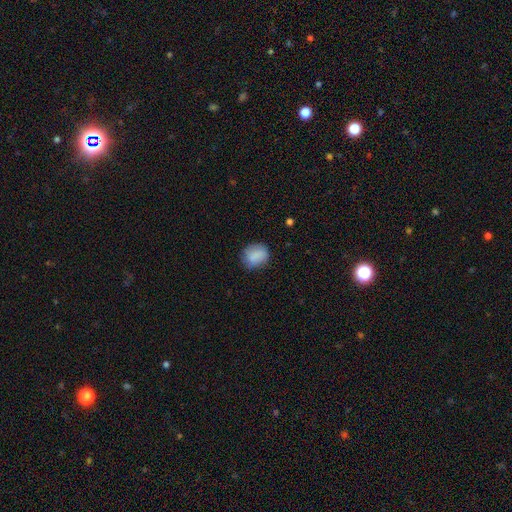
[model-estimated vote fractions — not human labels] Smooth or featured? Predicted: smooth (p=0.85). How rounded? Predicted: round (p=0.60). Merging? Predicted: none (p=0.77).